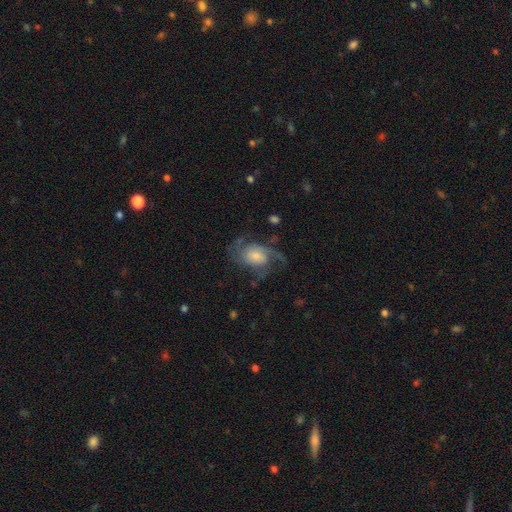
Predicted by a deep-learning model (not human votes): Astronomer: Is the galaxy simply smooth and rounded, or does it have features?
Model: featured or disk — 74%.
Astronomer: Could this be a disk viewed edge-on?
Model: no — 97%.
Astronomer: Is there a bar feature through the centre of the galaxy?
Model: no — 62%.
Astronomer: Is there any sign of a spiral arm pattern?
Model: yes — 92%.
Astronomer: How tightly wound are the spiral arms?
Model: medium — 46% (runner-up: loose, 39%).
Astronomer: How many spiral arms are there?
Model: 2 — 51%.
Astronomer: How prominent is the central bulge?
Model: small — 41% (runner-up: moderate, 33%).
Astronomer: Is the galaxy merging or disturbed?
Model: none — 51% (runner-up: major disturbance, 27%).